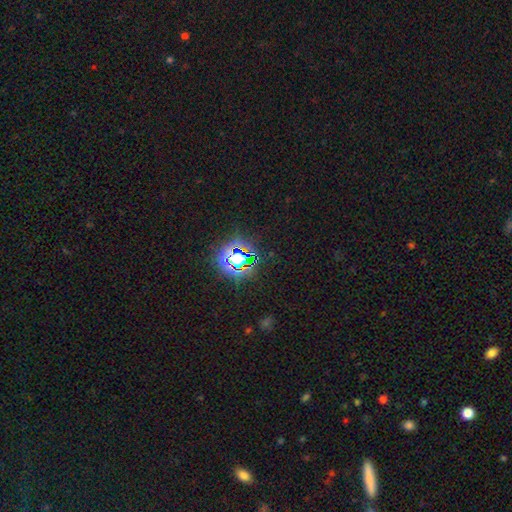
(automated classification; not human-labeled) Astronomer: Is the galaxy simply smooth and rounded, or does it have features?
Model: star or artifact — 80%.